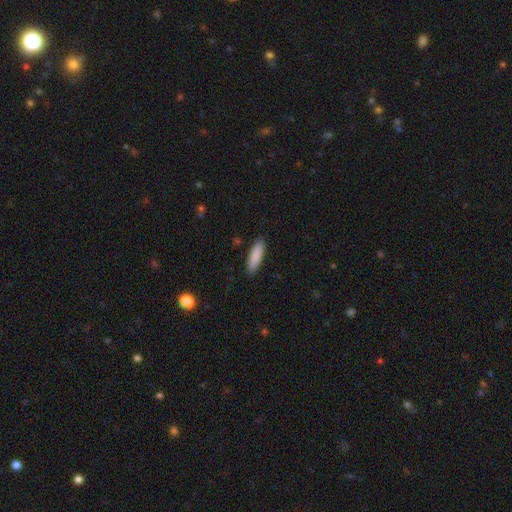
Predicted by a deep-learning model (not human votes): Morphology: type=smooth (88%); roundness=cigar-shaped (61%); merging=none (89%).